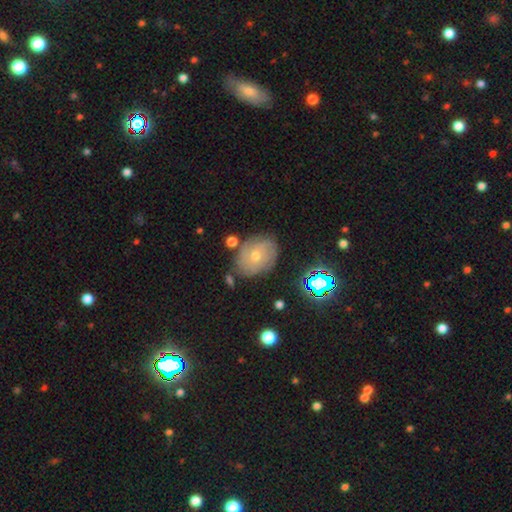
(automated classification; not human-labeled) Q: Smooth or featured?
A: featured or disk (52%); runner-up: smooth (30%)
Q: Edge-on disk?
A: no (95%); runner-up: yes (5%)
Q: Merging?
A: none (74%); runner-up: minor disturbance (16%)